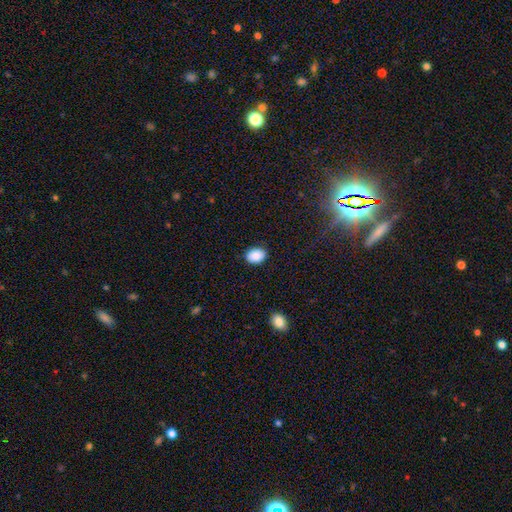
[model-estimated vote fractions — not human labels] Smooth or featured?
  - smooth: 90% *
  - star or artifact: 7%
  - featured or disk: 3%
How rounded?
  - in between: 73% *
  - round: 26%
  - cigar-shaped: 1%
Merging?
  - none: 87% *
  - minor disturbance: 10%
  - major disturbance: 2%
  - merger: 1%